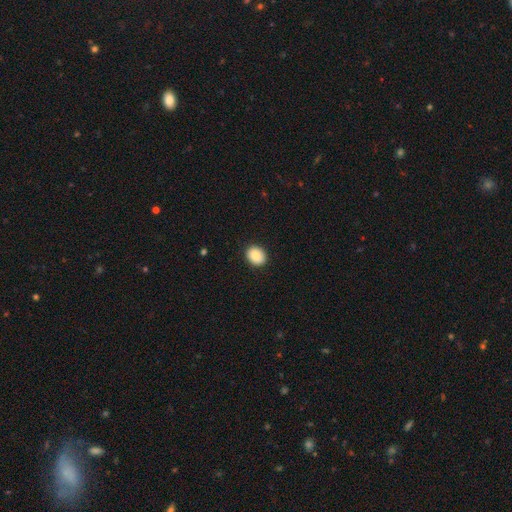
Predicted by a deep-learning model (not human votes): smooth-or-featured: smooth: 89% | star or artifact: 8% | featured or disk: 3%
  how-rounded: round: 56% | in between: 43% | cigar-shaped: 1%
  merging: none: 90% | minor disturbance: 7% | major disturbance: 2% | merger: 1%